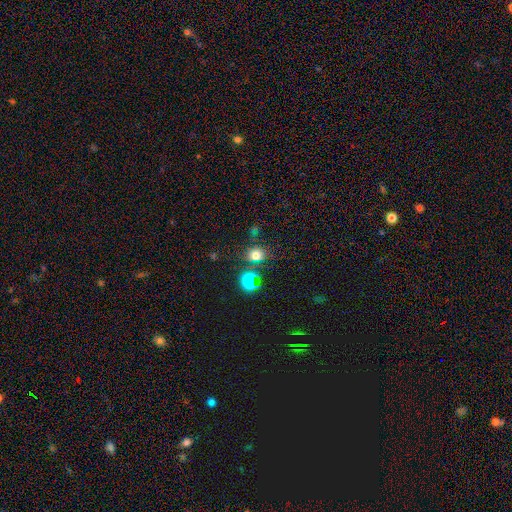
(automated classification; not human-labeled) Overall: smooth (69%). How rounded: round (76%). Merging: none (76%).